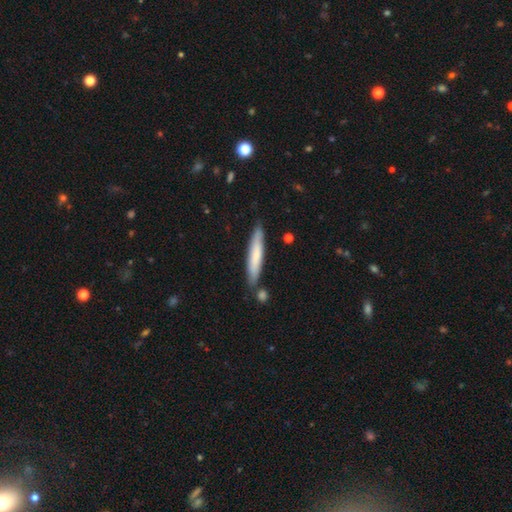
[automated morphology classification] type=smooth (69%); roundness=cigar-shaped (91%); merging=none (81%).